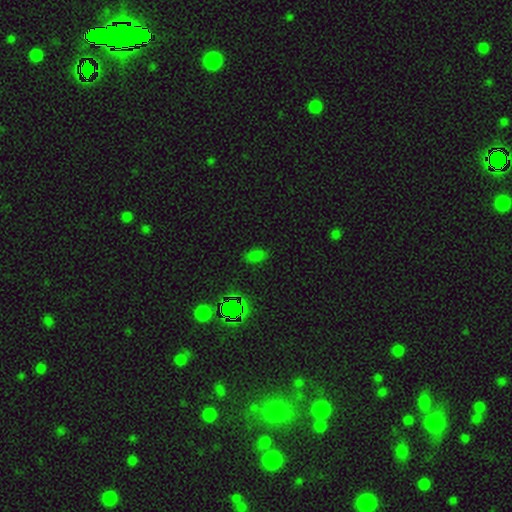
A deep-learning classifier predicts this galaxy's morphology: A smooth galaxy with no disk features (69%) that is in between round and cigar-shaped (88%).

Vote fractions:
- Smooth or featured? smooth: 69% / star or artifact: 25% / featured or disk: 6%
- How rounded? in between: 88% / round: 8% / cigar-shaped: 3%
- Merging? none: 84% / minor disturbance: 11% / major disturbance: 3% / merger: 2%